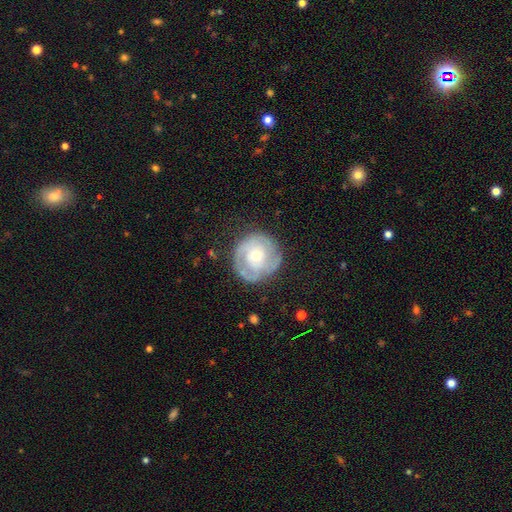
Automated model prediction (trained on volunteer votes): Q: Smooth or featured?
A: featured or disk (67%); runner-up: smooth (27%)
Q: Edge-on disk?
A: no (97%); runner-up: yes (3%)
Q: Bar?
A: no (78%); runner-up: weak (18%)
Q: Spiral arms?
A: yes (75%); runner-up: no (25%)
Q: Bulge size?
A: small (49%); runner-up: moderate (45%)
Q: Merging?
A: none (72%); runner-up: minor disturbance (18%)